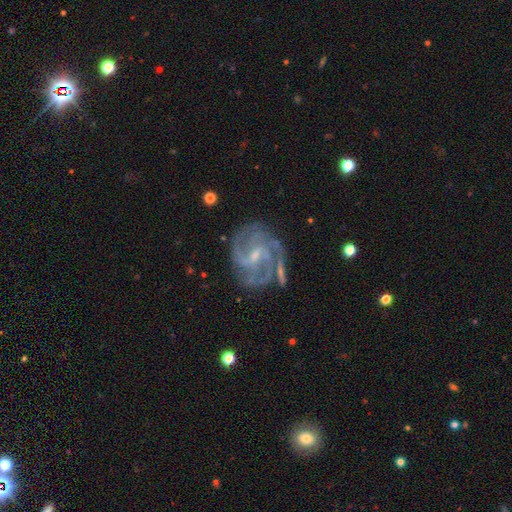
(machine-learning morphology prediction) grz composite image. It shows a featured or disk galaxy (89%) with a weak bar (57%), 3 (33%) medium (48%) spiral arms (97%) and a small central bulge (64%). Merging: none (69%).